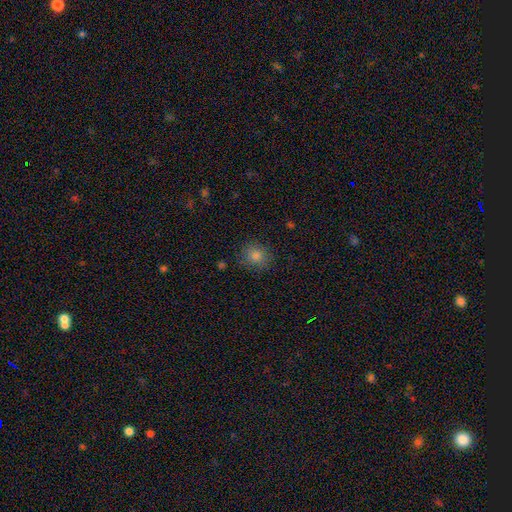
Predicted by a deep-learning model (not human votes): Morphology: type=smooth (80%); roundness=round (84%); merging=none (86%).